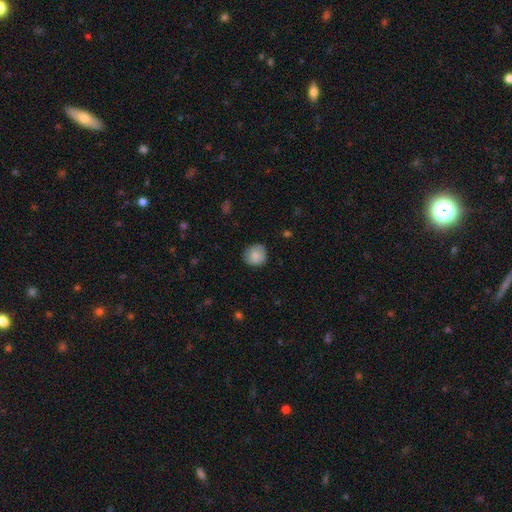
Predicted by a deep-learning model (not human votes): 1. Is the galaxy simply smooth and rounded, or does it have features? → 82% smooth, 11% featured or disk, 7% star or artifact.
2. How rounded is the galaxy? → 88% round, 11% in between, 1% cigar-shaped.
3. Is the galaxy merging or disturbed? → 81% none, 16% minor disturbance, 3% major disturbance, 1% merger.